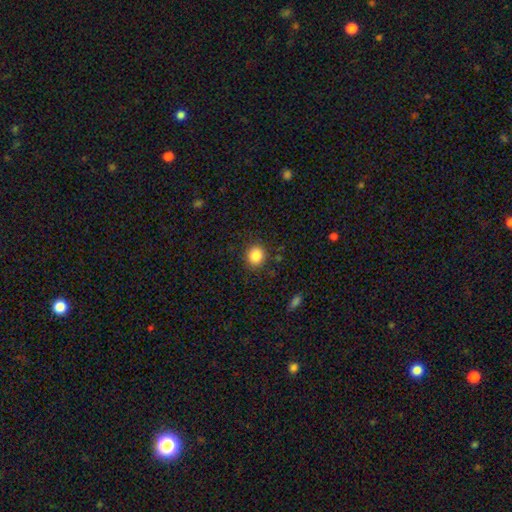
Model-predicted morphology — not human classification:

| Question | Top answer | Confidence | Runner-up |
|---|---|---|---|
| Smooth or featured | smooth | 84% | star or artifact (10%) |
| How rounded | round | 80% | in between (19%) |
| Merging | none | 87% | minor disturbance (9%) |